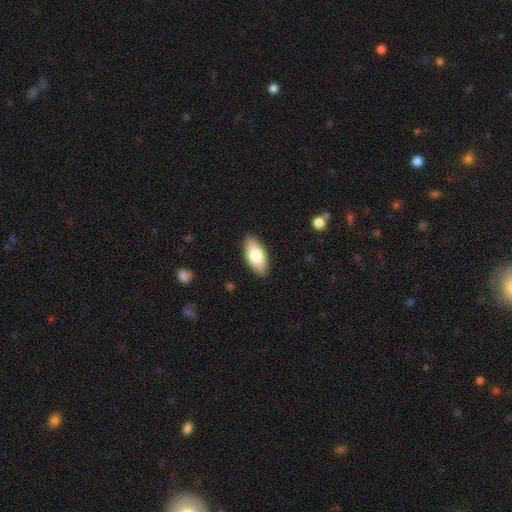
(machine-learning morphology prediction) A smooth galaxy with no disk features (77%) that is in between round and cigar-shaped (89%).

Vote fractions:
- Smooth or featured? smooth: 77% / featured or disk: 18% / star or artifact: 6%
- How rounded? in between: 89% / cigar-shaped: 9% / round: 3%
- Merging? none: 89% / minor disturbance: 8% / major disturbance: 2% / merger: 1%